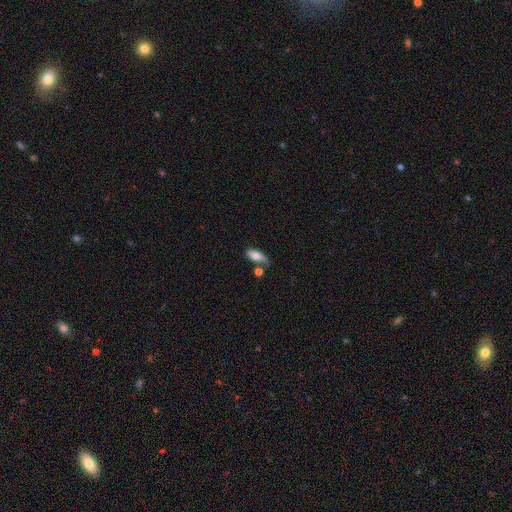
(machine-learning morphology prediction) This appears to be a smooth galaxy with no disk features (77%) that is in between round and cigar-shaped (83%). Merging: none (55%).